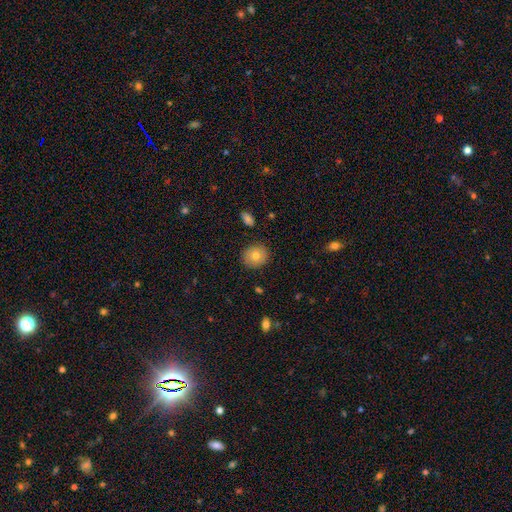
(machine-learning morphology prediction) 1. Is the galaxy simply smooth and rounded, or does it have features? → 76% smooth, 15% featured or disk, 9% star or artifact.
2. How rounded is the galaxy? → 80% round, 19% in between, 1% cigar-shaped.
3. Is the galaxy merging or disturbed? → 88% none, 8% minor disturbance, 2% major disturbance, 1% merger.